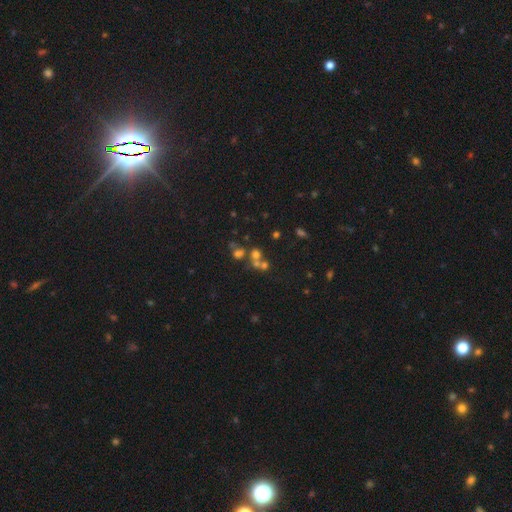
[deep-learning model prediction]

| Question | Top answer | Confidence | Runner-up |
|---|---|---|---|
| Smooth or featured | smooth | 51% | star or artifact (29%) |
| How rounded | round | 79% | in between (19%) |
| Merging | none | 45% | merger (41%) |